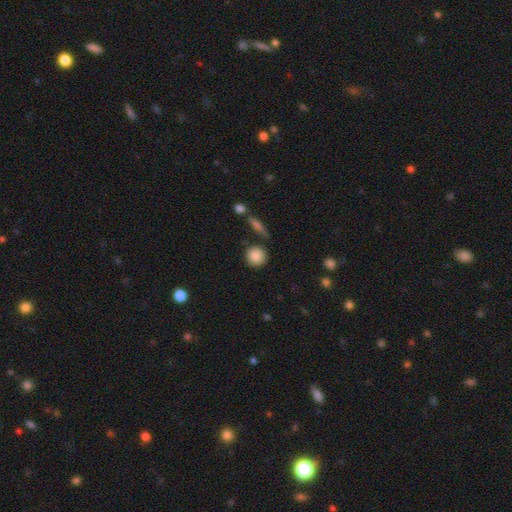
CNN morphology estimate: Smooth or featured?
  - smooth: 87% *
  - star or artifact: 8%
  - featured or disk: 5%
How rounded?
  - round: 90% *
  - in between: 8%
  - cigar-shaped: 2%
Merging?
  - none: 81% *
  - minor disturbance: 11%
  - merger: 5%
  - major disturbance: 3%